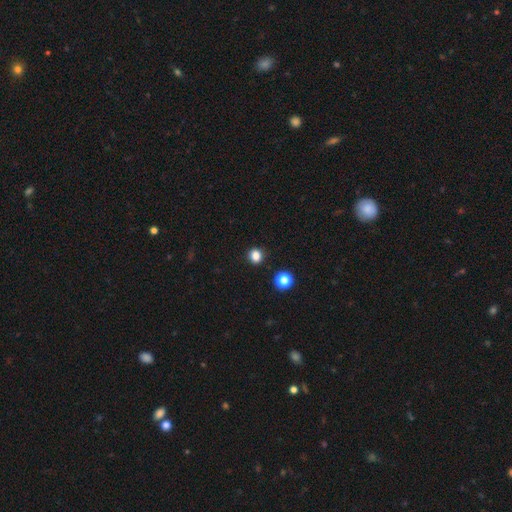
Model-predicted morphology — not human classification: This is clearly a smooth galaxy (83%). How rounded: likely round (78%). Merging: clearly none (90%).